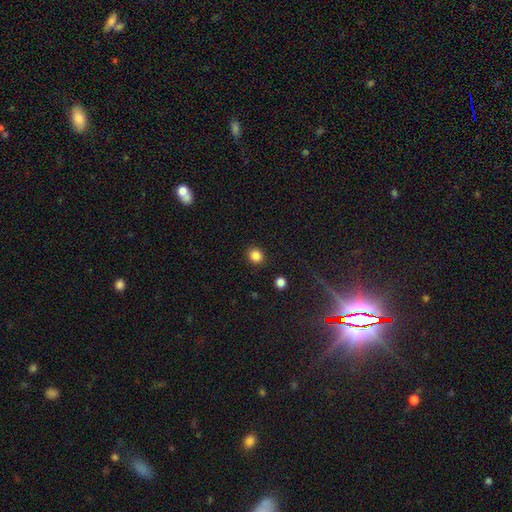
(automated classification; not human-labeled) Smooth or featured: smooth — 85% (star or artifact — 11%)
How rounded: round — 82% (in between — 17%)
Merging: none — 90% (minor disturbance — 6%)